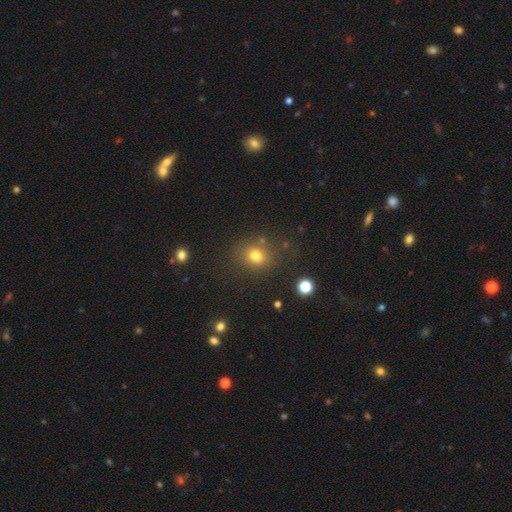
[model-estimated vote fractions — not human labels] smooth_or_featured: smooth (p=0.75) [alt: star or artifact p=0.17]
how_rounded: round (p=0.74) [alt: in between p=0.25]
merging: none (p=0.79) [alt: minor disturbance p=0.12]